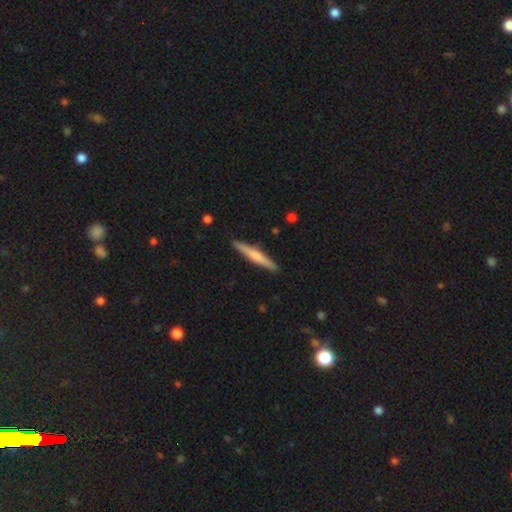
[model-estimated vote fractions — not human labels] Smooth or featured? Predicted: smooth (p=0.55). How rounded? Predicted: cigar-shaped (p=0.94). Merging? Predicted: none (p=0.91).